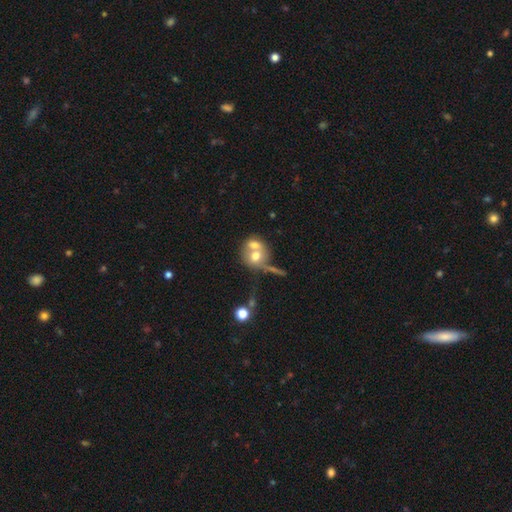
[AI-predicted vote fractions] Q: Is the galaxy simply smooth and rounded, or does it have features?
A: smooth — 61%.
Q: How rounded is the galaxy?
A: round — 68%.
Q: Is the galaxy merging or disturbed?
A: merger — 60%.